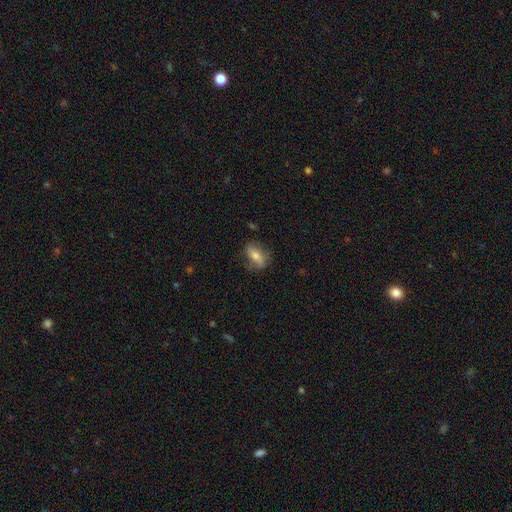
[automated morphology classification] This appears to be a smooth galaxy with no disk features (63%) that is in between round and cigar-shaped (79%). Merging: none (70%).